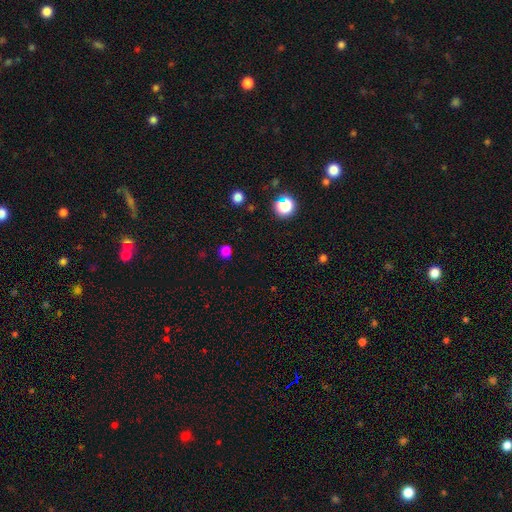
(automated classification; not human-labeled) Morphology: type=smooth (50%); roundness=round (82%); merging=none (83%).